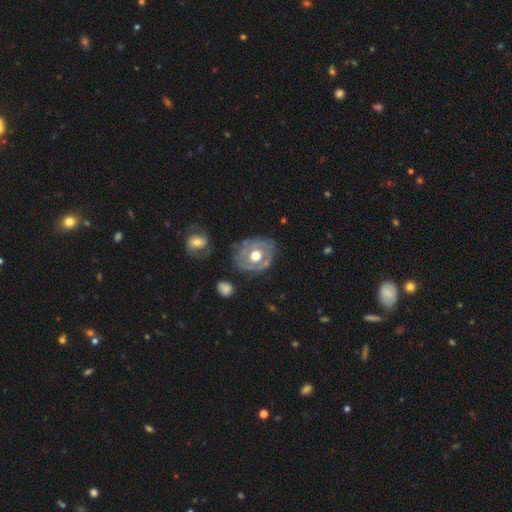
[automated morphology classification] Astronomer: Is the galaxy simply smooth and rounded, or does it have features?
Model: featured or disk — 65%.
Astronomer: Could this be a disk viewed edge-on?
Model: no — 95%.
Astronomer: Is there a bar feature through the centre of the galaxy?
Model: no — 84%.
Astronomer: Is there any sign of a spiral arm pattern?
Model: no — 58% (runner-up: yes, 42%).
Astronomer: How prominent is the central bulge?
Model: moderate — 67%.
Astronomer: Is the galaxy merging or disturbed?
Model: none — 67%.